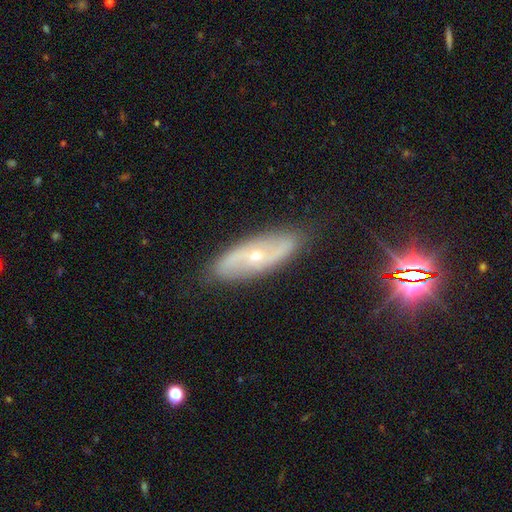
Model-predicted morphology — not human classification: Smooth or featured?
  - featured or disk: 74% *
  - smooth: 18%
  - star or artifact: 8%
Edge-on disk?
  - no: 84% *
  - yes: 16%
Bar?
  - no: 63% *
  - weak: 27%
  - strong: 10%
Spiral arms?
  - yes: 84% *
  - no: 16%
Spiral winding?
  - loose: 47% *
  - medium: 34%
  - tight: 19%
Spiral arm count?
  - 2: 86% *
  - can't tell: 9%
  - 3: 1%
  - 1: 1%
  - 4: 1%
  - more than 4: 1%
Bulge size?
  - small: 68% *
  - moderate: 29%
  - large: 1%
  - none: 1%
  - dominant: 1%
Merging?
  - none: 84% *
  - minor disturbance: 12%
  - major disturbance: 3%
  - merger: 1%